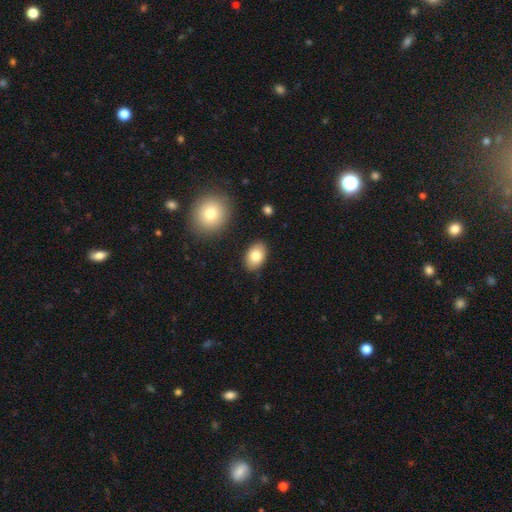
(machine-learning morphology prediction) Overall: smooth (81%). How rounded: in between (88%). Merging: none (87%).